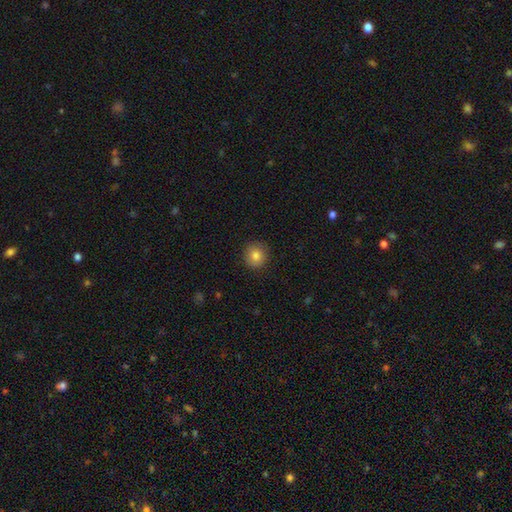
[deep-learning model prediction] The model was most divided on "smooth or featured": smooth: 83%, star or artifact: 9%, featured or disk: 8%. More confident: how rounded — round (92%); merging — none (90%).